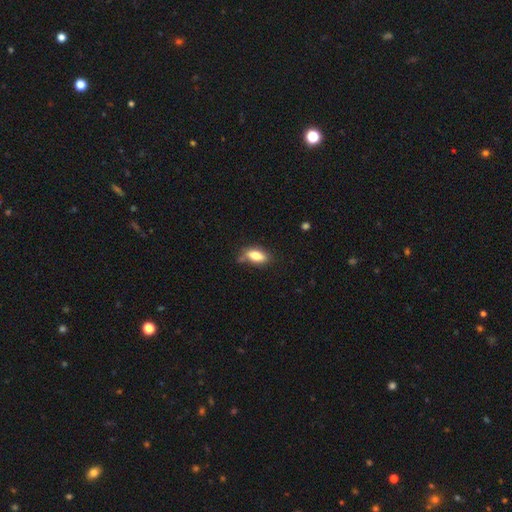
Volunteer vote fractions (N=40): Smooth or featured: smooth — 82% (featured or disk — 10%)
How rounded: in between — 94% (round — 6%)
Merging: none — 46% (minor disturbance — 38%)